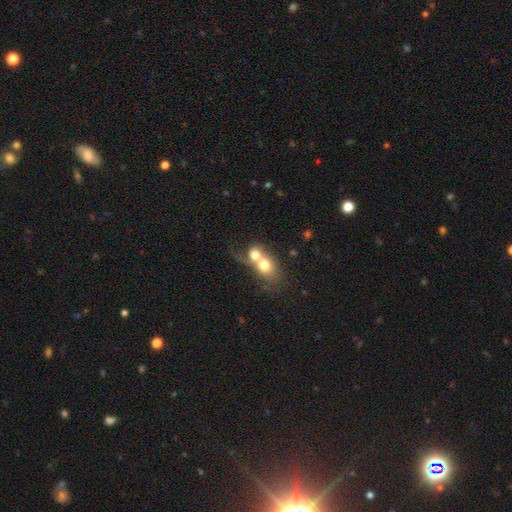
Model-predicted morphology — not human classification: Smooth or featured: smooth — 66% (featured or disk — 25%)
How rounded: round — 54% (in between — 44%)
Merging: merger — 80% (none — 11%)